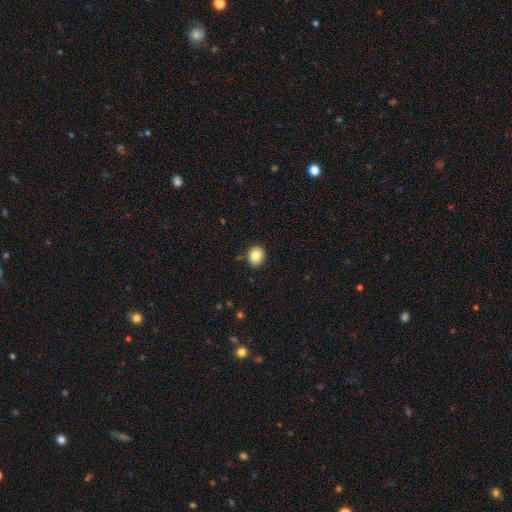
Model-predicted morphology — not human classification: Smooth or featured?
  - smooth: 84% *
  - star or artifact: 9%
  - featured or disk: 8%
How rounded?
  - round: 67% *
  - in between: 32%
  - cigar-shaped: 1%
Merging?
  - none: 90% *
  - minor disturbance: 7%
  - major disturbance: 2%
  - merger: 2%